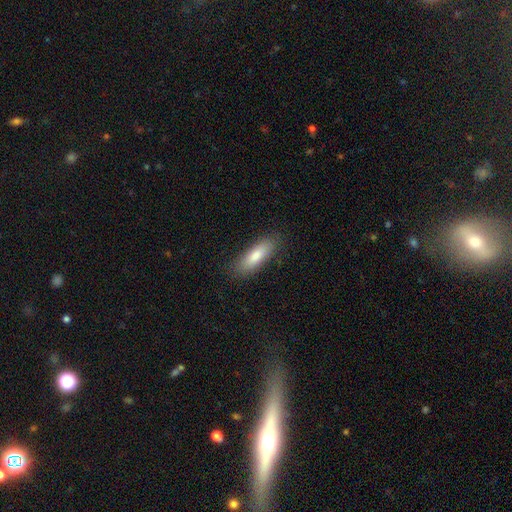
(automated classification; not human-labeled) A smooth galaxy with no disk features (79%) that is in between round and cigar-shaped (51%).

Vote fractions:
- Smooth or featured? smooth: 79% / featured or disk: 14% / star or artifact: 7%
- How rounded? in between: 51% / cigar-shaped: 47% / round: 2%
- Merging? none: 85% / minor disturbance: 11% / major disturbance: 3% / merger: 1%